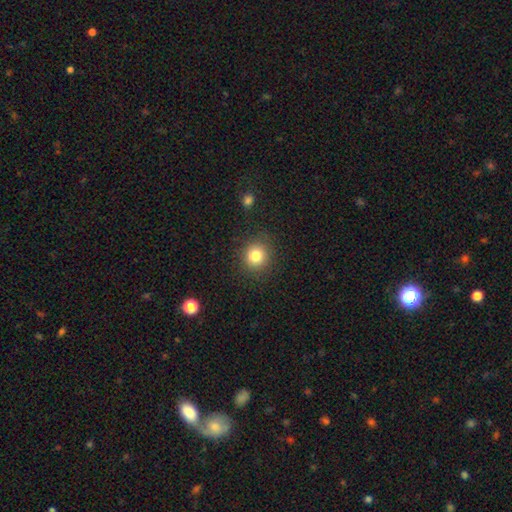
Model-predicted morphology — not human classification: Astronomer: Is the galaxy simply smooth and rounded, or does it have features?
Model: smooth — 81%.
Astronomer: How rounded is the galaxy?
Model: round — 89%.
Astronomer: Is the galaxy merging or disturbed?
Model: none — 87%.